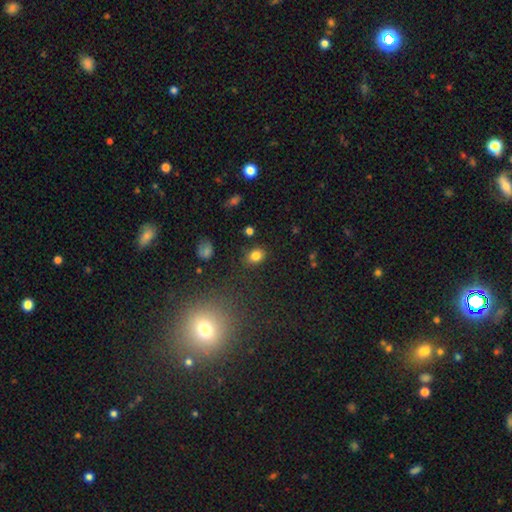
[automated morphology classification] type=smooth (82%); roundness=in between (55%); merging=none (83%).